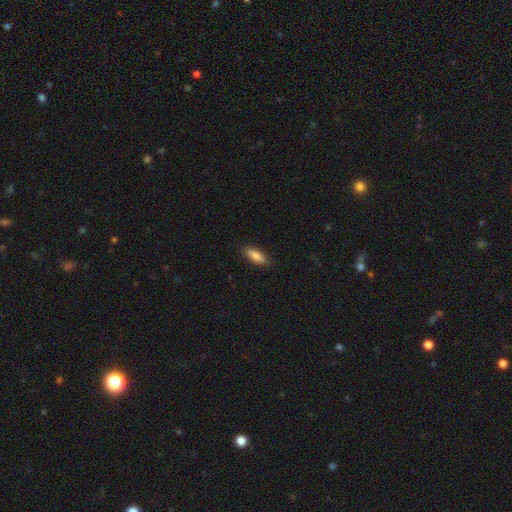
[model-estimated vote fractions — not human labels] Smooth or featured? smooth (82%)
How rounded? in between (71%)
Merging? none (87%)